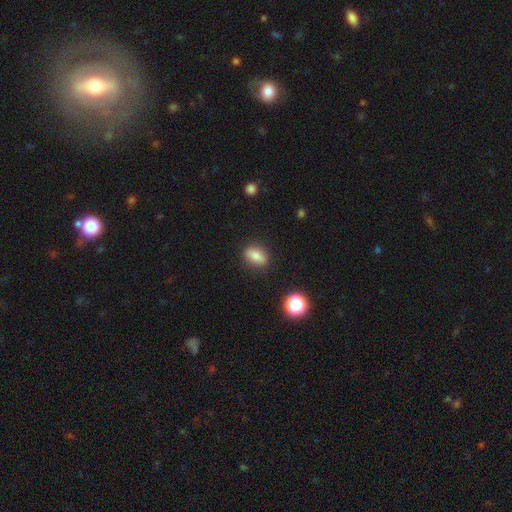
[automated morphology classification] smooth 78%, featured or disk 12%, star or artifact 10%. Down the decision tree: how rounded — in between (73%); merging — none (85%).